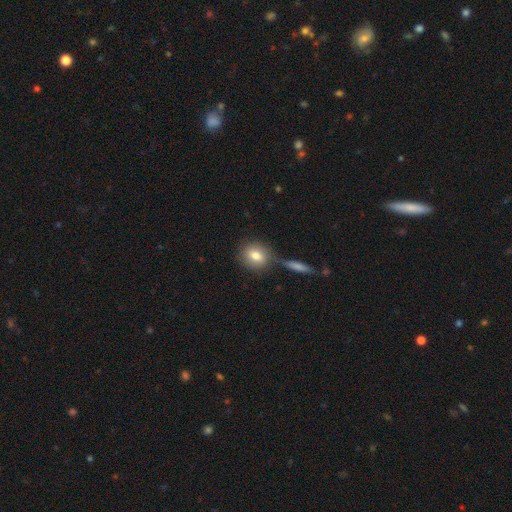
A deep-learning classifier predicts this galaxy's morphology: Smooth or featured?
  - smooth: 79% *
  - featured or disk: 13%
  - star or artifact: 8%
How rounded?
  - round: 71% *
  - in between: 26%
  - cigar-shaped: 2%
Merging?
  - none: 67% *
  - merger: 18%
  - minor disturbance: 11%
  - major disturbance: 3%